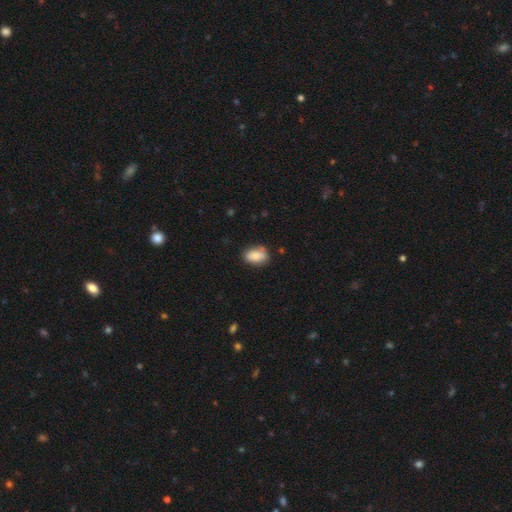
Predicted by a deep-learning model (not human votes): smooth-or-featured: smooth: 83% | featured or disk: 10% | star or artifact: 7%
  how-rounded: in between: 85% | round: 12% | cigar-shaped: 3%
  merging: none: 71% | minor disturbance: 22% | major disturbance: 4% | merger: 3%